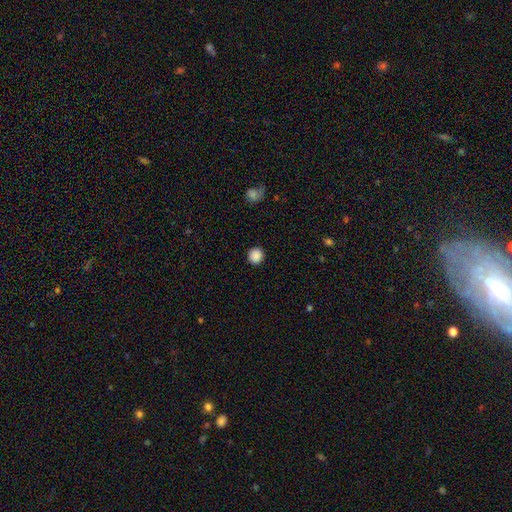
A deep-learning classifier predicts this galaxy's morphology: A smooth galaxy with no disk features (88%) that is round (88%).

Vote fractions:
- Smooth or featured? smooth: 88% / star or artifact: 9% / featured or disk: 3%
- How rounded? round: 88% / in between: 11% / cigar-shaped: 1%
- Merging? none: 91% / minor disturbance: 6% / major disturbance: 2% / merger: 1%